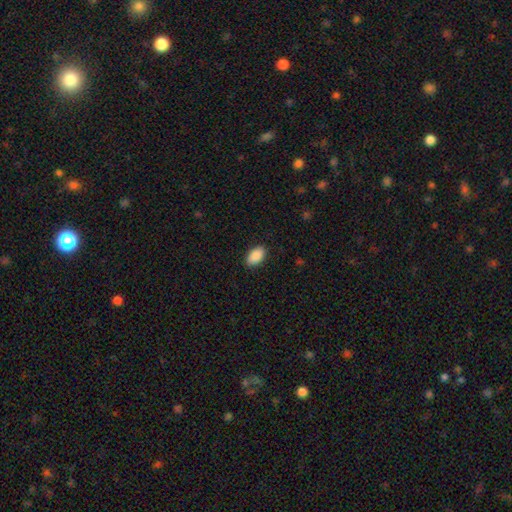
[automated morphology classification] smooth-or-featured: smooth: 90% | star or artifact: 7% | featured or disk: 4%
  how-rounded: in between: 94% | round: 4% | cigar-shaped: 2%
  merging: none: 89% | minor disturbance: 8% | major disturbance: 2% | merger: 1%